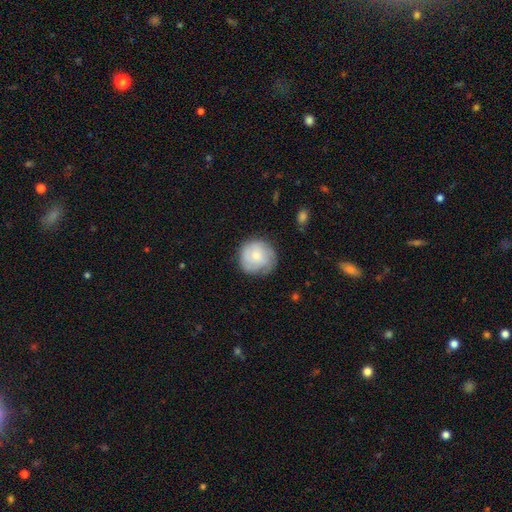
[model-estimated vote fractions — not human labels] Smooth or featured?
  - smooth: 66% *
  - featured or disk: 27%
  - star or artifact: 6%
How rounded?
  - round: 92% *
  - in between: 7%
  - cigar-shaped: 1%
Merging?
  - none: 74% *
  - minor disturbance: 19%
  - major disturbance: 5%
  - merger: 1%